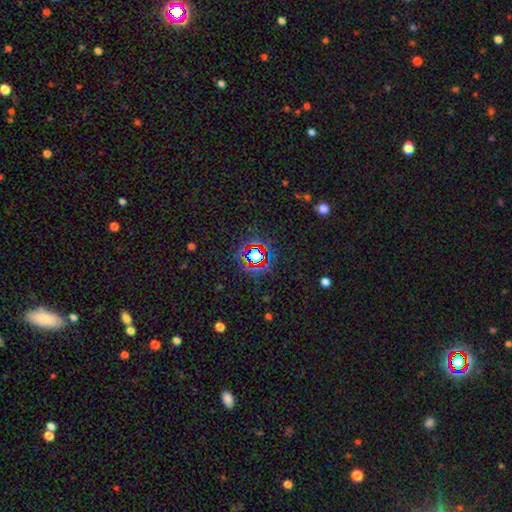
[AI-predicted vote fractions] Morphology: type=star or artifact (68%).